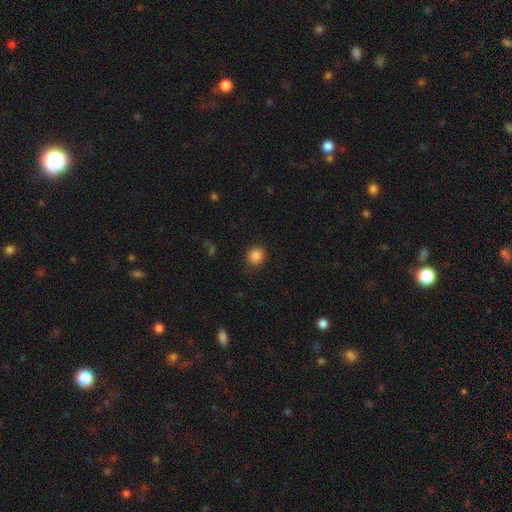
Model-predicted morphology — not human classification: Smooth or featured?
  - smooth: 86% *
  - star or artifact: 11%
  - featured or disk: 3%
How rounded?
  - round: 86% *
  - in between: 13%
  - cigar-shaped: 1%
Merging?
  - none: 87% *
  - minor disturbance: 9%
  - major disturbance: 3%
  - merger: 1%